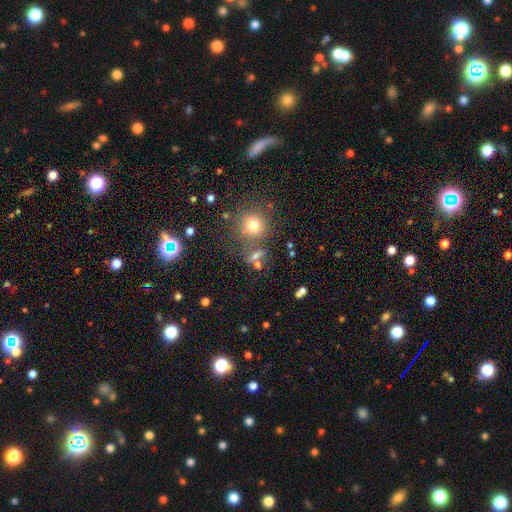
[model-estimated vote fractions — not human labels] smooth-or-featured: smooth: 56% | star or artifact: 27% | featured or disk: 17%
  how-rounded: round: 46% | in between: 41% | cigar-shaped: 13%
  merging: none: 55% | merger: 23% | minor disturbance: 13% | major disturbance: 9%